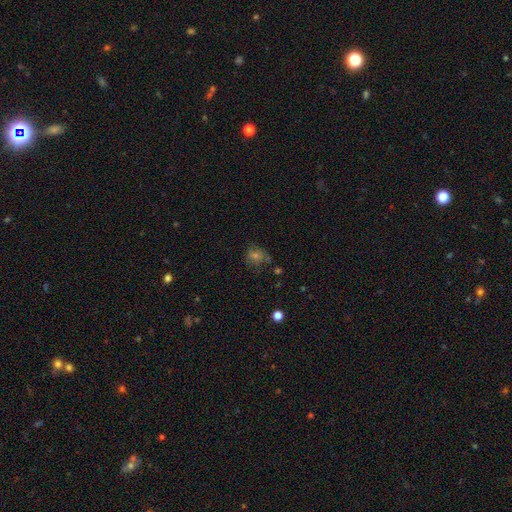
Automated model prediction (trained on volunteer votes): Smooth or featured? Predicted: smooth (p=0.46). Merging? Predicted: none (p=0.64).